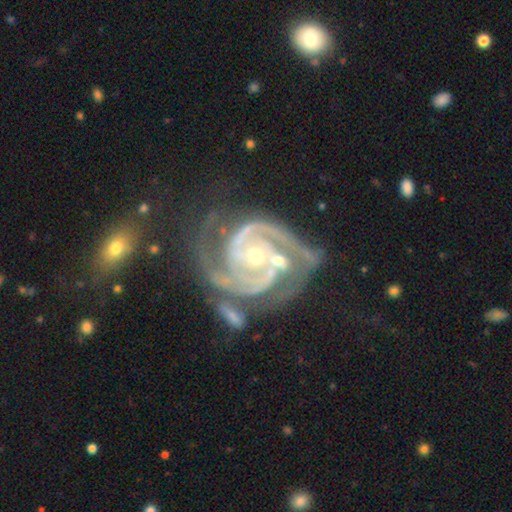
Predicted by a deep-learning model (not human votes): smooth_or_featured: featured or disk (p=0.93) [alt: star or artifact p=0.05]
disk_edge_on: no (p=0.98) [alt: yes p=0.02]
bar: no (p=0.63) [alt: weak p=0.25]
has_spiral_arms: yes (p=0.99) [alt: no p=0.01]
spiral_winding: tight (p=0.62) [alt: medium p=0.33]
spiral_arm_count: 2 (p=0.60) [alt: 3 p=0.22]
bulge_size: small (p=0.61) [alt: moderate p=0.36]
merging: none (p=0.44) [alt: minor disturbance p=0.21]